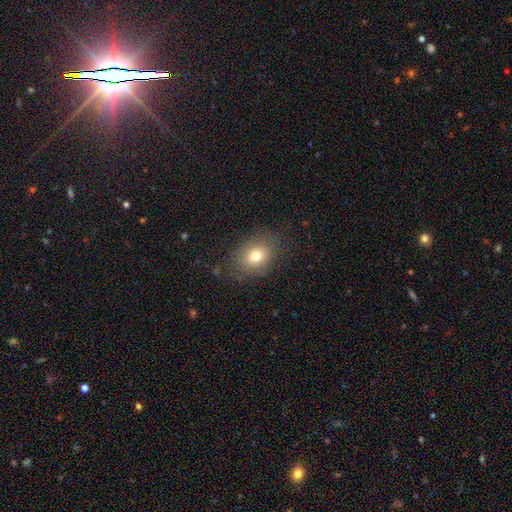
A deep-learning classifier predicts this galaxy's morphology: smooth-or-featured: smooth: 75% | featured or disk: 13% | star or artifact: 12%
  how-rounded: in between: 59% | round: 40% | cigar-shaped: 1%
  merging: none: 82% | minor disturbance: 12% | major disturbance: 5% | merger: 1%